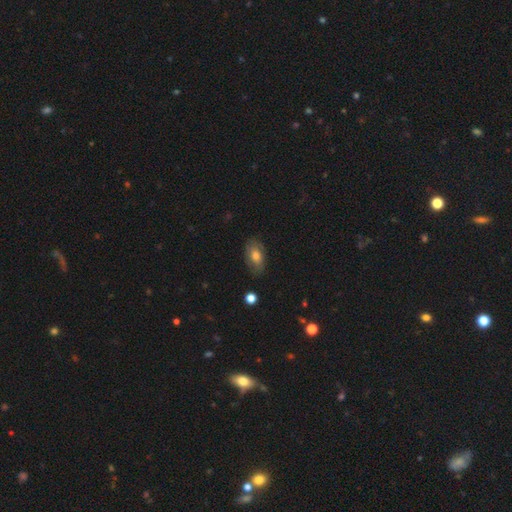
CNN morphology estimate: Smooth or featured: smooth — 67% (featured or disk — 25%)
How rounded: in between — 90% (round — 8%)
Merging: none — 77% (minor disturbance — 17%)